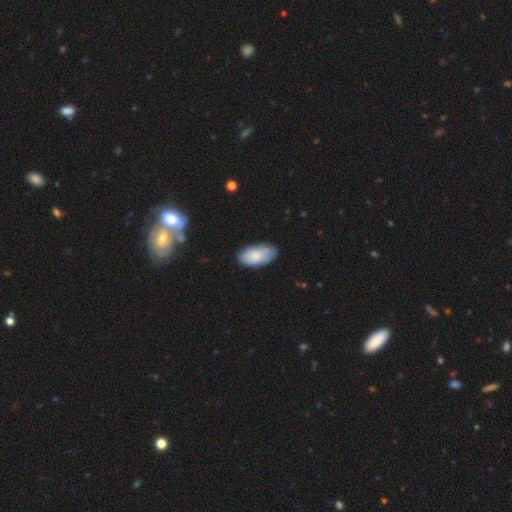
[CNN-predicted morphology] A smooth galaxy with no disk features (78%) that is in between round and cigar-shaped (95%). Merging: none (73%).